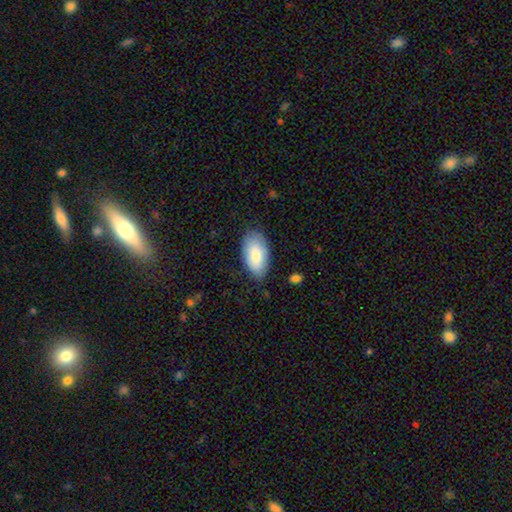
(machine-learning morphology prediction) Smooth or featured?
  - smooth: 83% *
  - featured or disk: 12%
  - star or artifact: 6%
How rounded?
  - in between: 95% *
  - cigar-shaped: 3%
  - round: 2%
Merging?
  - none: 80% *
  - minor disturbance: 16%
  - major disturbance: 3%
  - merger: 1%